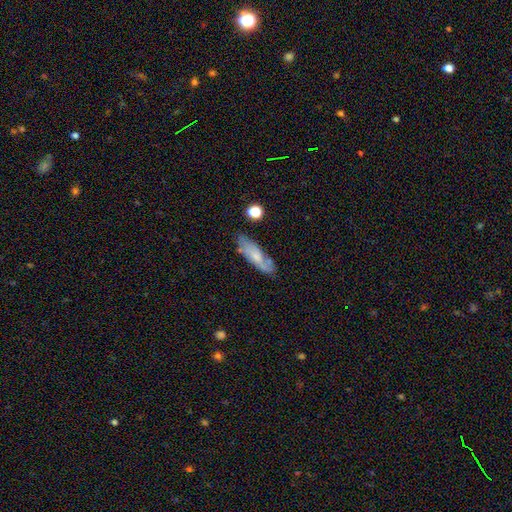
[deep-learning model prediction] Smooth or featured? smooth (48%)
Merging? none (69%)